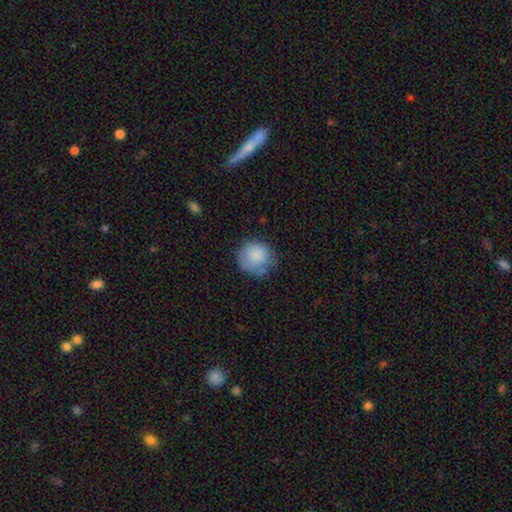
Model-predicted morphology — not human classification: Smooth or featured? Predicted: smooth (p=0.84). How rounded? Predicted: round (p=0.89). Merging? Predicted: none (p=0.68).